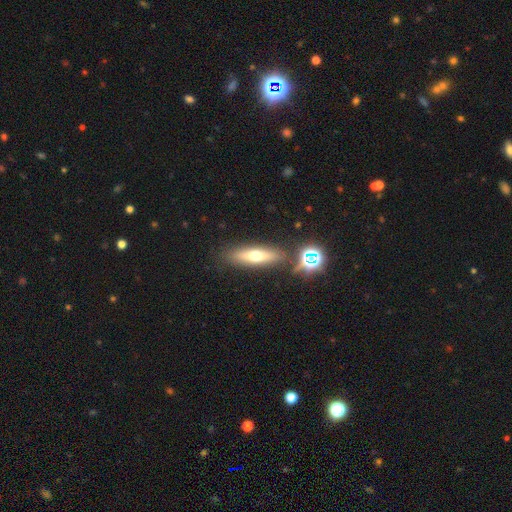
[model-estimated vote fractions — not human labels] smooth-or-featured: smooth: 53% | featured or disk: 35% | star or artifact: 11%
  how-rounded: cigar-shaped: 64% | in between: 32% | round: 4%
  merging: none: 83% | minor disturbance: 9% | merger: 5% | major disturbance: 3%